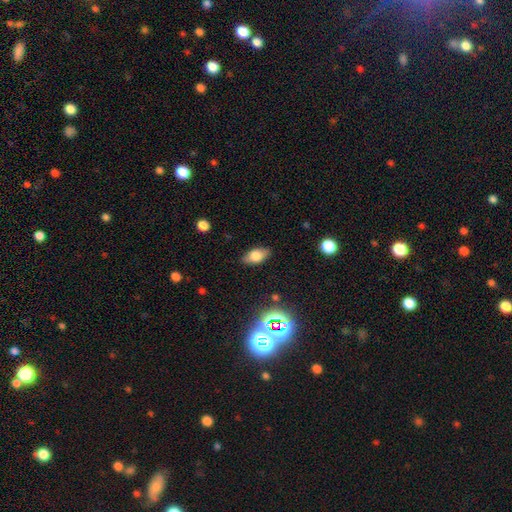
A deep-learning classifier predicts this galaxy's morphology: smooth 72%, featured or disk 16%, star or artifact 12%. Down the decision tree: how rounded — in between (89%); merging — none (85%).